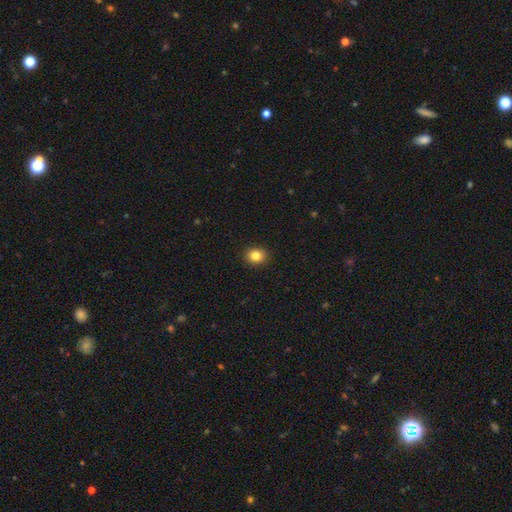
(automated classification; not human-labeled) A smooth galaxy with no disk features (84%) that is round (67%).

Vote fractions:
- Smooth or featured? smooth: 84% / star or artifact: 10% / featured or disk: 6%
- How rounded? round: 67% / in between: 32% / cigar-shaped: 1%
- Merging? none: 91% / minor disturbance: 6% / major disturbance: 2% / merger: 1%